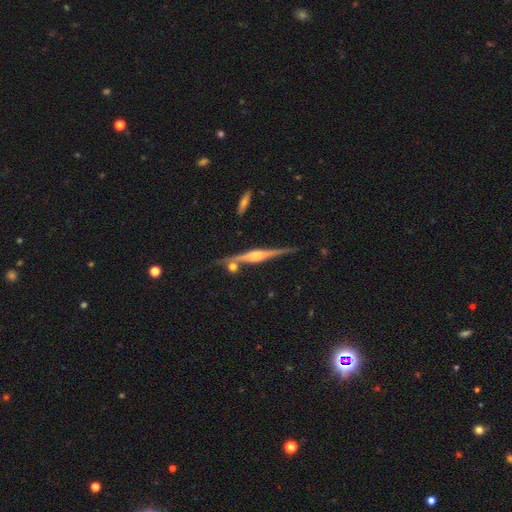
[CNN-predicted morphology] Smooth or featured: featured or disk — 86% (smooth — 9%)
Edge-on disk: yes — 98% (no — 2%)
Edge-on bulge: rounded — 81% (boxy — 16%)
Merging: none — 77% (minor disturbance — 11%)